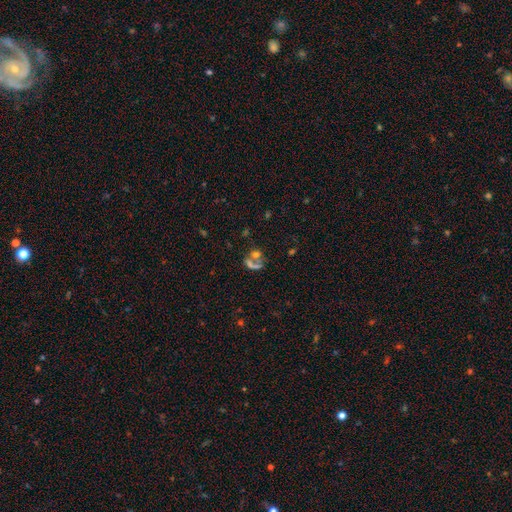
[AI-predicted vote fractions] Smooth or featured? smooth (44%)
Merging? merger (47%)